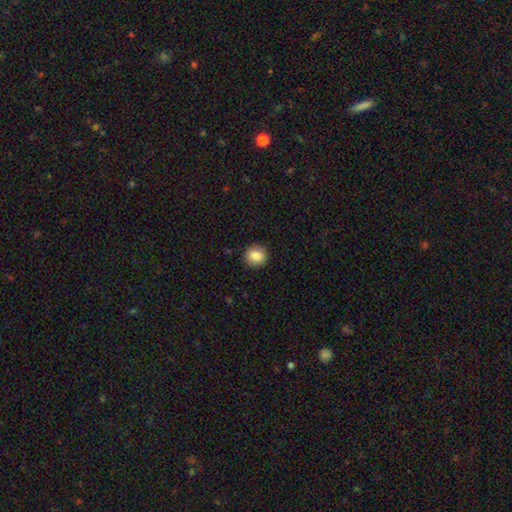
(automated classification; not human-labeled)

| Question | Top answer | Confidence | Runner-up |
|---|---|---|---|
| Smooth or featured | smooth | 85% | star or artifact (9%) |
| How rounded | round | 85% | in between (14%) |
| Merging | none | 90% | minor disturbance (7%) |